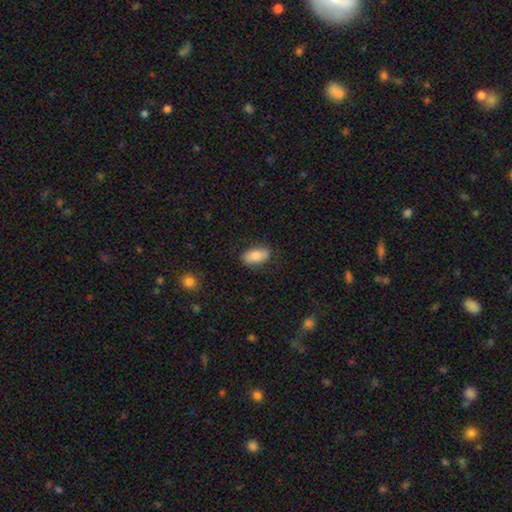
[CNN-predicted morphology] A smooth galaxy with no disk features (79%) that is in between round and cigar-shaped (92%). Merging: none (82%).